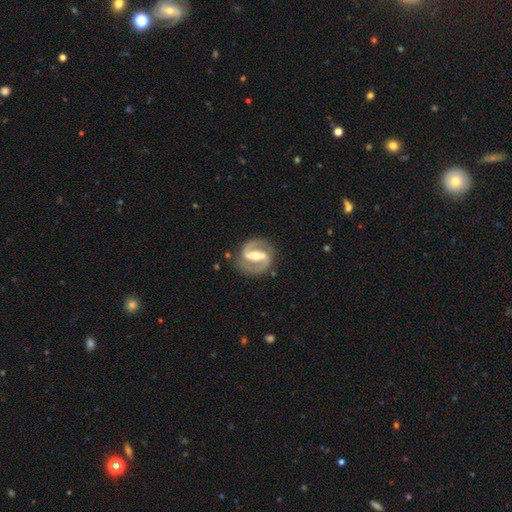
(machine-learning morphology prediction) Smooth or featured?
  - featured or disk: 90% *
  - smooth: 6%
  - star or artifact: 4%
Edge-on disk?
  - no: 97% *
  - yes: 3%
Bar?
  - strong: 67% *
  - weak: 24%
  - no: 9%
Spiral arms?
  - yes: 95% *
  - no: 5%
Spiral winding?
  - medium: 57% *
  - tight: 28%
  - loose: 15%
Spiral arm count?
  - 2: 93% *
  - can't tell: 2%
  - 1: 2%
  - 3: 1%
  - 4: 1%
  - more than 4: 1%
Bulge size?
  - moderate: 63% *
  - small: 29%
  - large: 5%
  - none: 1%
  - dominant: 1%
Merging?
  - none: 84% *
  - minor disturbance: 11%
  - major disturbance: 4%
  - merger: 2%